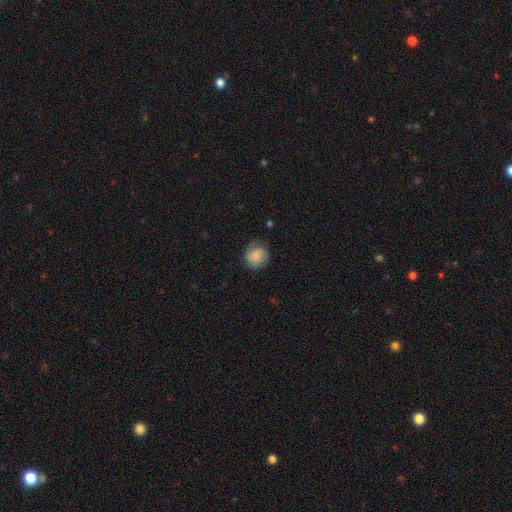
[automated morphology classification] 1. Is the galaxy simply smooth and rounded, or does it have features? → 69% smooth, 24% featured or disk, 8% star or artifact.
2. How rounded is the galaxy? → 82% round, 17% in between, 1% cigar-shaped.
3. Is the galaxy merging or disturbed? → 74% none, 19% minor disturbance, 6% major disturbance, 1% merger.